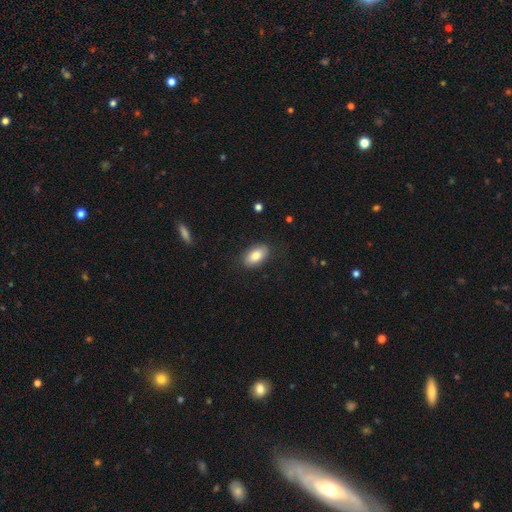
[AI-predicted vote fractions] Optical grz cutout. It shows a smooth galaxy with no disk features (83%) that is in between round and cigar-shaped (92%). Merging: none (85%).